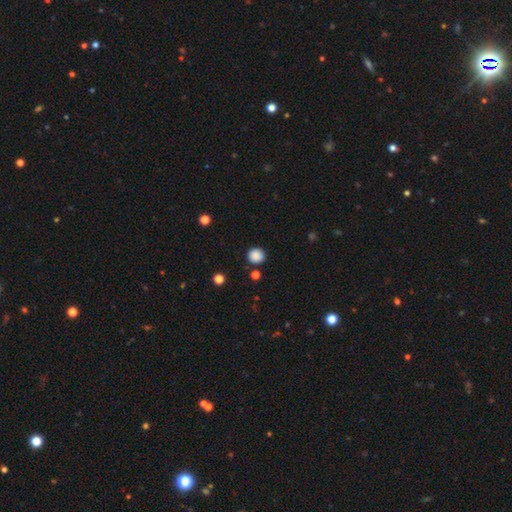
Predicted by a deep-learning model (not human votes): This is clearly a smooth galaxy (87%). How rounded: clearly round (87%). Merging: clearly none (88%).